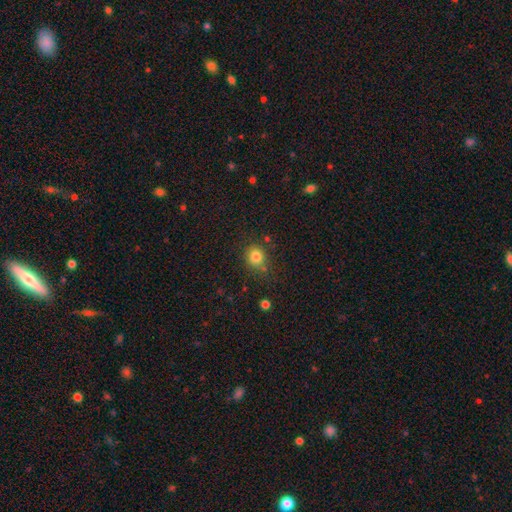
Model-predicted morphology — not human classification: smooth 82%, star or artifact 12%, featured or disk 6%. Down the decision tree: how rounded — round (73%); merging — none (76%).